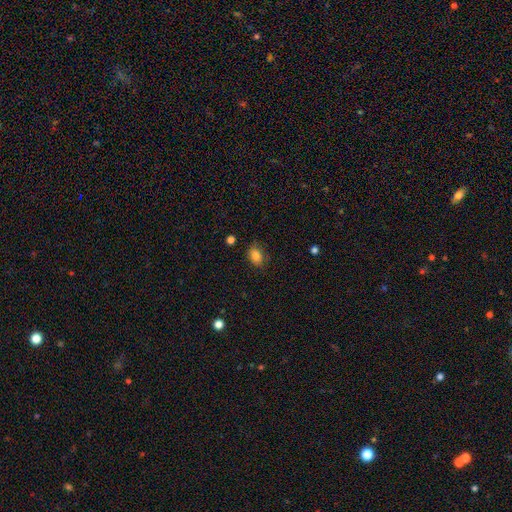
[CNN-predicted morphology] Overall: smooth (84%). How rounded: in between (80%). Merging: none (78%).